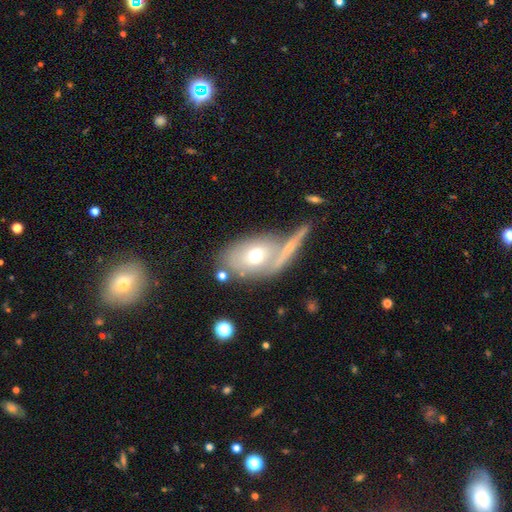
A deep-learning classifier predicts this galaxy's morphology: type=smooth (56%); roundness=in between (78%); merging=none (50%).